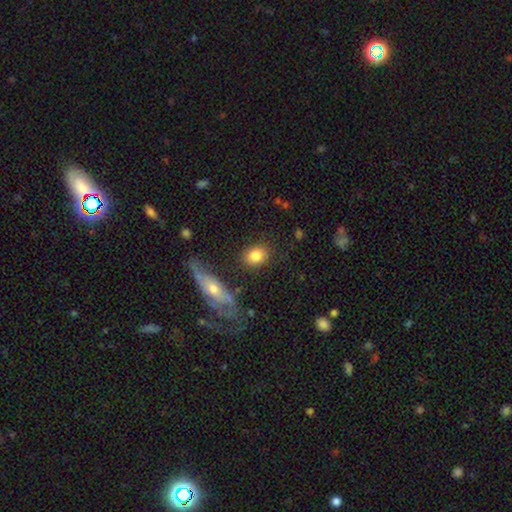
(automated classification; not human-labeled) The model was most divided on "how rounded": in between: 50%, round: 48%, cigar-shaped: 3%. More confident: smooth or featured — smooth (83%); merging — none (80%).